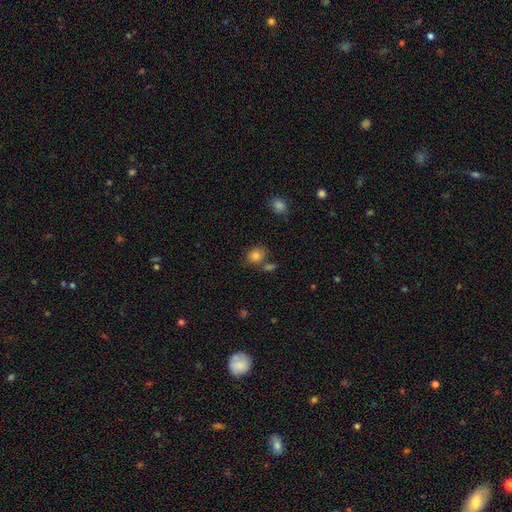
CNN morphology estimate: smooth 83%, star or artifact 10%, featured or disk 8%. Down the decision tree: how rounded — in between (54%); merging — none (64%).